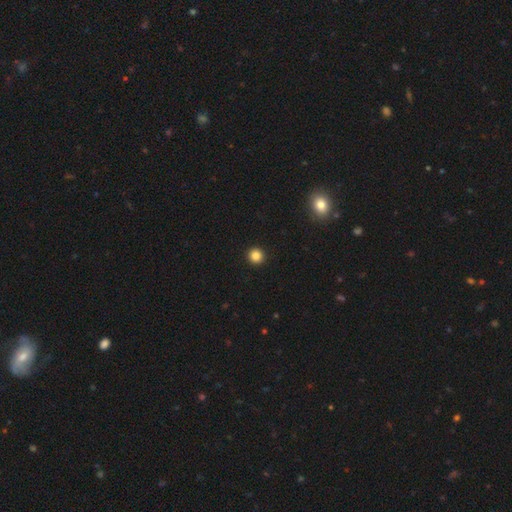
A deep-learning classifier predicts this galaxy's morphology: Smooth or featured? Predicted: smooth (p=0.85). How rounded? Predicted: round (p=0.95). Merging? Predicted: none (p=0.94).